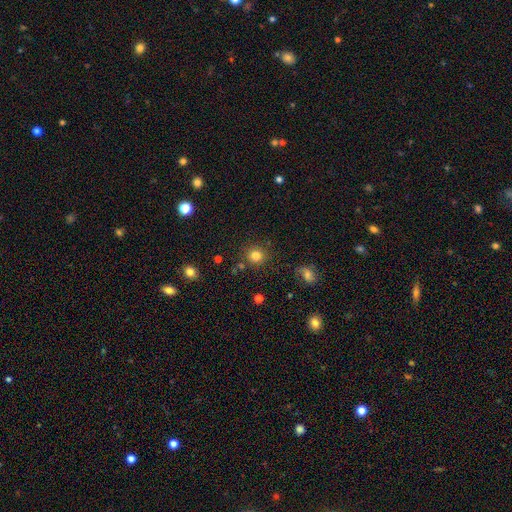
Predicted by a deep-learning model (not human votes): Q: Smooth or featured?
A: smooth (80%); runner-up: star or artifact (13%)
Q: How rounded?
A: round (91%); runner-up: in between (8%)
Q: Merging?
A: none (85%); runner-up: minor disturbance (8%)